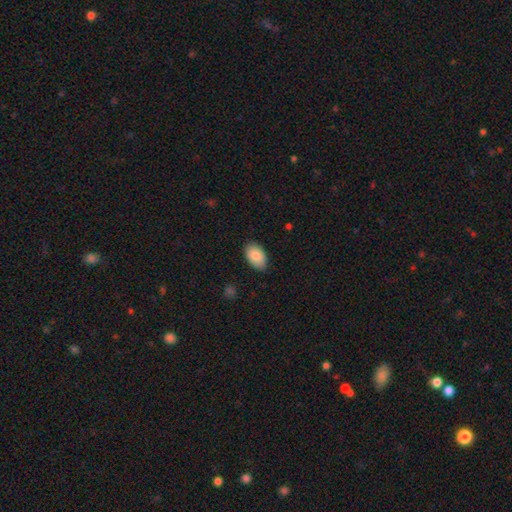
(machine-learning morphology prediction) Overall: smooth (88%). How rounded: in between (93%). Merging: none (84%).